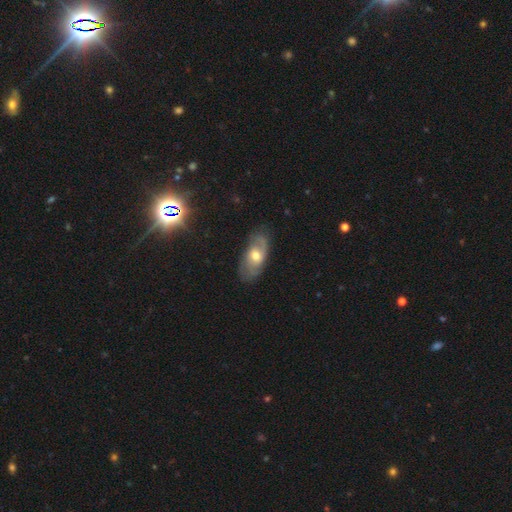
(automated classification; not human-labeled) A featured or disk galaxy (60%) with no bar (68%), spiral arms (78%) and a moderate central bulge (72%).

Vote fractions:
- Smooth or featured? featured or disk: 60% / smooth: 33% / star or artifact: 7%
- Edge-on disk? no: 89% / yes: 11%
- Bar? no: 68% / weak: 27% / strong: 5%
- Spiral arms? yes: 78% / no: 22%
- Bulge size? moderate: 72% / small: 14% / large: 12% / none: 1% / dominant: 1%
- Merging? none: 71% / minor disturbance: 21% / major disturbance: 7% / merger: 1%